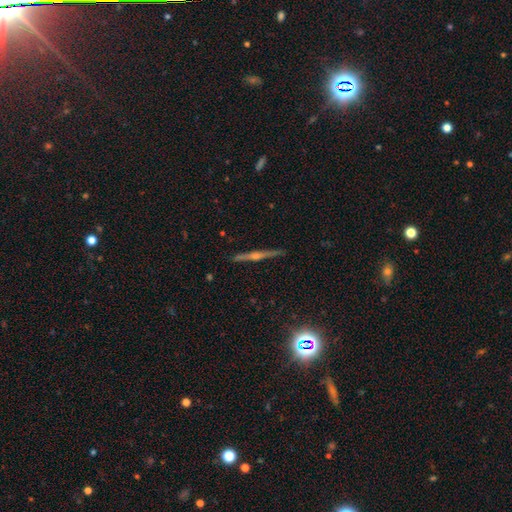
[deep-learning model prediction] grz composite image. It shows a featured or disk galaxy (79%) viewed edge-on (98%) with a rounded central bulge (84%). Merging: none (91%).